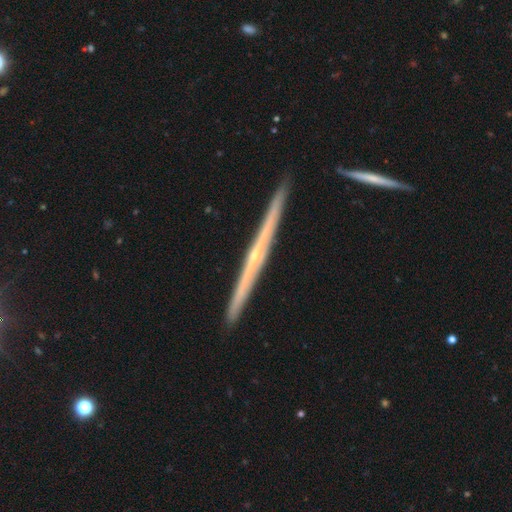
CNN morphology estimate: smooth-or-featured: featured or disk: 80% | smooth: 14% | star or artifact: 6%
  disk-edge-on: yes: 98% | no: 2%
    edge-on-bulge: rounded: 51% | none: 46% | boxy: 3%
  merging: none: 91% | minor disturbance: 6% | merger: 2% | major disturbance: 1%